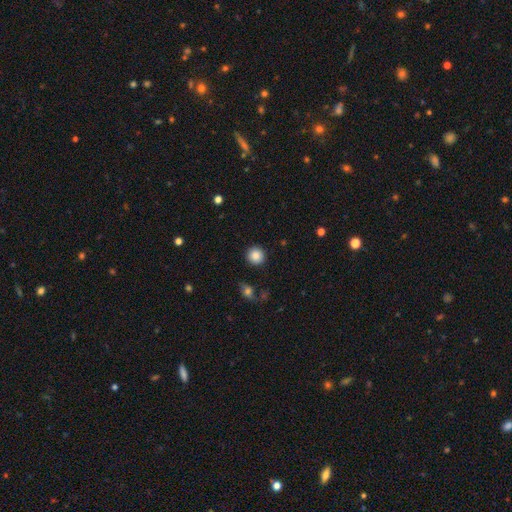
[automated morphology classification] Smooth or featured?
  - smooth: 87% *
  - star or artifact: 9%
  - featured or disk: 4%
How rounded?
  - round: 94% *
  - in between: 5%
  - cigar-shaped: 1%
Merging?
  - none: 91% *
  - minor disturbance: 6%
  - major disturbance: 2%
  - merger: 2%